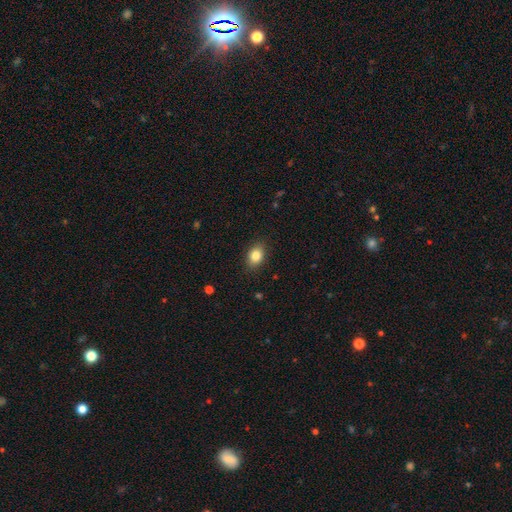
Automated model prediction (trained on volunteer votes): This appears to be a smooth galaxy with no disk features (84%) that is in between round and cigar-shaped (75%). Merging: none (87%).